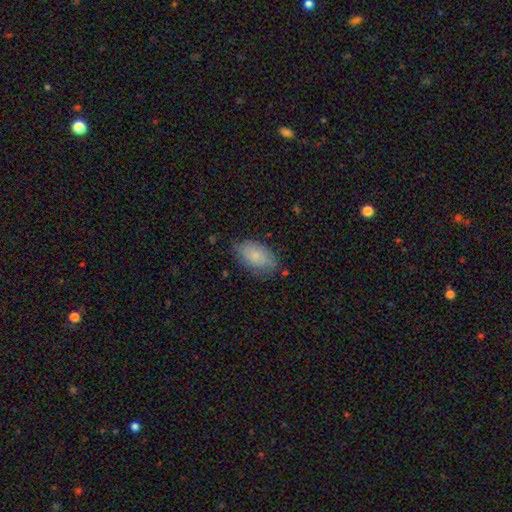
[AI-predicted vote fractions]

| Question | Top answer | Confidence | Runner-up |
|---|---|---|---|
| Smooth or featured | smooth | 82% | featured or disk (12%) |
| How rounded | in between | 93% | round (5%) |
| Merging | none | 74% | minor disturbance (20%) |